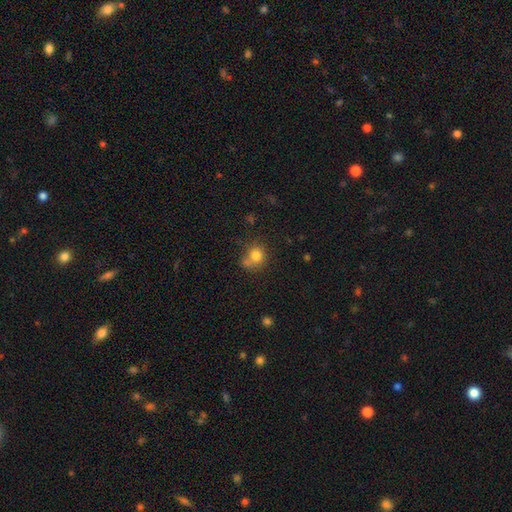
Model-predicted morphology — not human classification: Smooth or featured?
  - smooth: 79% *
  - star or artifact: 11%
  - featured or disk: 9%
How rounded?
  - round: 80% *
  - in between: 19%
  - cigar-shaped: 1%
Merging?
  - none: 52% *
  - merger: 22%
  - minor disturbance: 18%
  - major disturbance: 8%